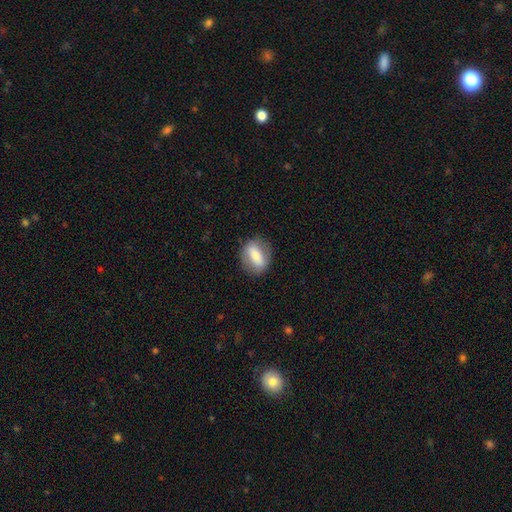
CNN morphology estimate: smooth 67%, featured or disk 26%, star or artifact 7%. Down the decision tree: how rounded — in between (72%); merging — none (80%).